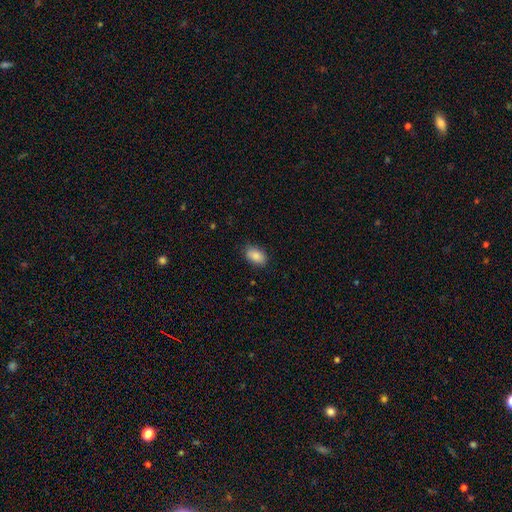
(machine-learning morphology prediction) smooth-or-featured: smooth: 86% | star or artifact: 7% | featured or disk: 6%
  how-rounded: in between: 90% | round: 9% | cigar-shaped: 2%
  merging: none: 85% | minor disturbance: 12% | major disturbance: 2% | merger: 1%